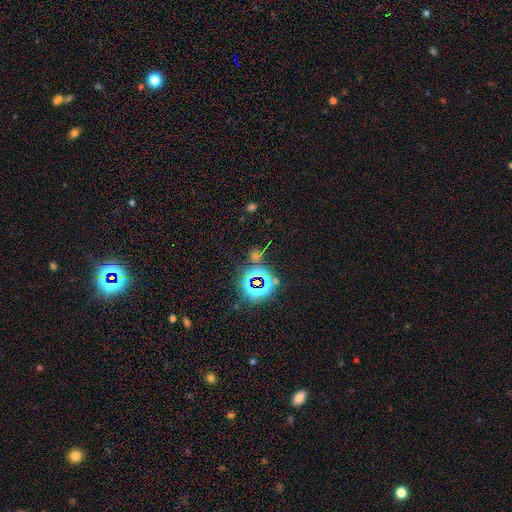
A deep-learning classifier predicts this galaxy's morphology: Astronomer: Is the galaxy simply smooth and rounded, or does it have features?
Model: star or artifact — 71%.